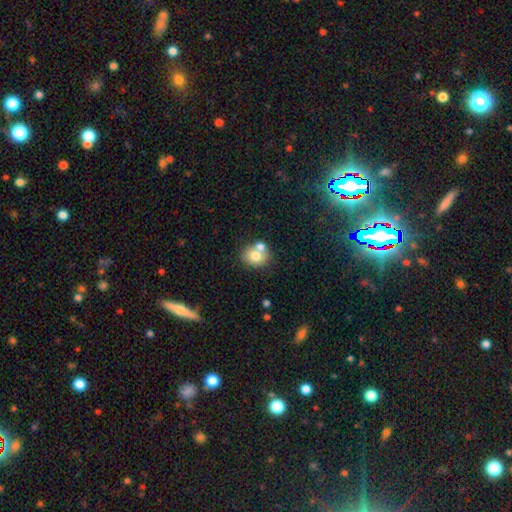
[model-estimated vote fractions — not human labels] Smooth or featured? Predicted: smooth (p=0.74). How rounded? Predicted: round (p=0.65). Merging? Predicted: none (p=0.52).